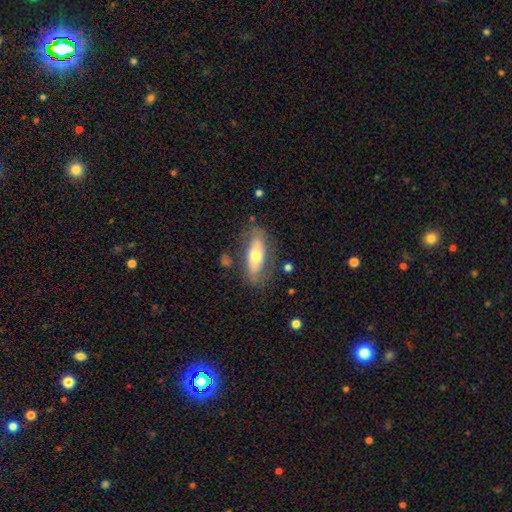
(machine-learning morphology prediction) smooth_or_featured: smooth (p=0.51) [alt: featured or disk p=0.43]
how_rounded: in between (p=0.68) [alt: cigar-shaped p=0.29]
merging: none (p=0.71) [alt: minor disturbance p=0.19]